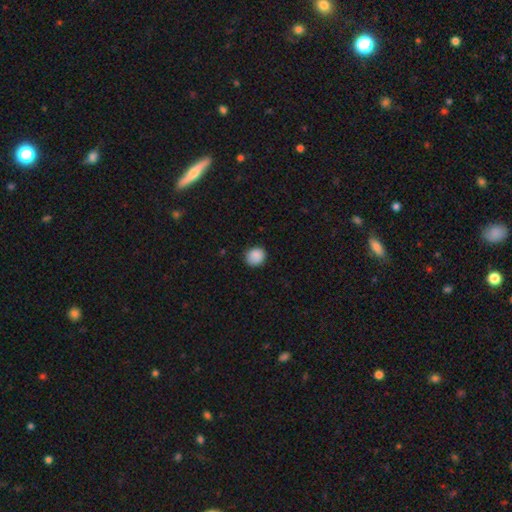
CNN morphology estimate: A smooth galaxy with no disk features (88%) that is round (81%).

Vote fractions:
- Smooth or featured? smooth: 88% / star or artifact: 8% / featured or disk: 3%
- How rounded? round: 81% / in between: 18% / cigar-shaped: 1%
- Merging? none: 84% / minor disturbance: 12% / major disturbance: 2% / merger: 1%